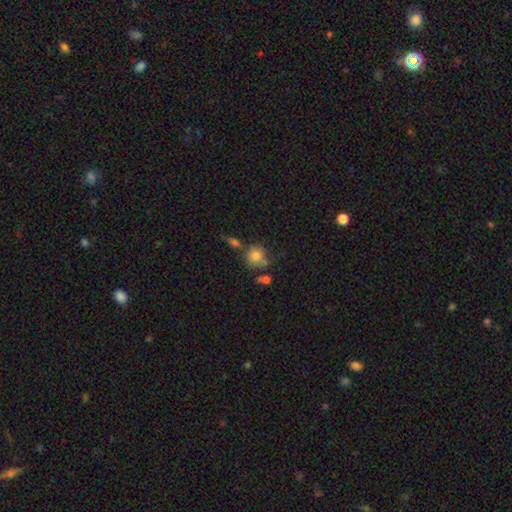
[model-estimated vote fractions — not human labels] smooth-or-featured: smooth: 79% | star or artifact: 11% | featured or disk: 10%
  how-rounded: round: 84% | in between: 14% | cigar-shaped: 1%
  merging: none: 59% | merger: 19% | minor disturbance: 16% | major disturbance: 6%